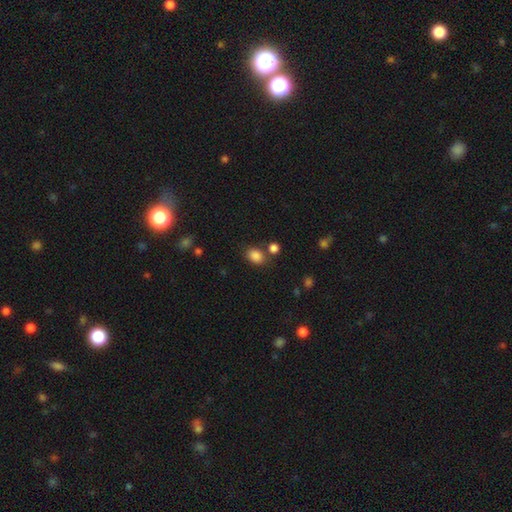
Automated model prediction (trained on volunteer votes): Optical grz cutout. It shows a smooth galaxy with no disk features (85%) that is in between round and cigar-shaped (72%). Merging: none (69%).